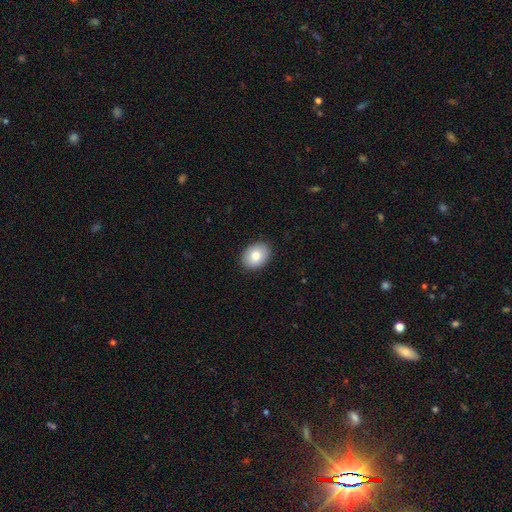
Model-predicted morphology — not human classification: smooth_or_featured: smooth (p=0.80) [alt: featured or disk p=0.12]
how_rounded: in between (p=0.70) [alt: round p=0.29]
merging: none (p=0.90) [alt: minor disturbance p=0.08]